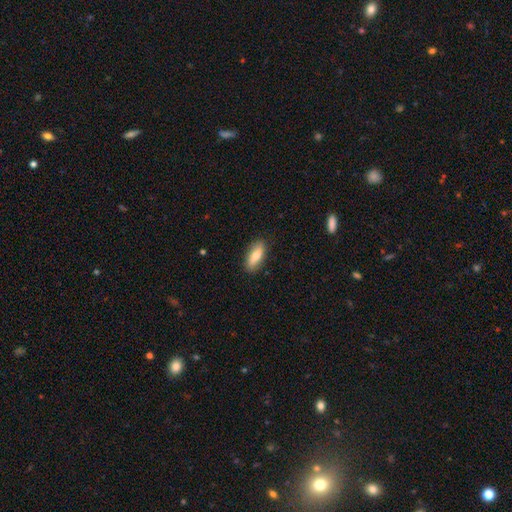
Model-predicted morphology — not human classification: The model was most divided on "smooth or featured": smooth: 74%, featured or disk: 20%, star or artifact: 6%. More confident: merging — none (86%); how rounded — in between (77%).